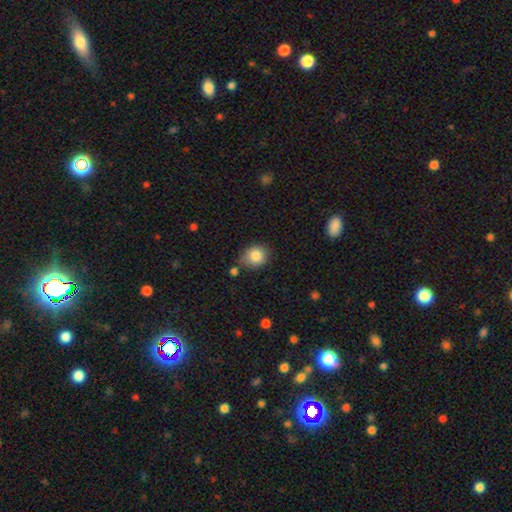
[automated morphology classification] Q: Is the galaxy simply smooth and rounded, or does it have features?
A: smooth — 85%.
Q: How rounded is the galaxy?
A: round — 62%.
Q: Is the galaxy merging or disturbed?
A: none — 69%.